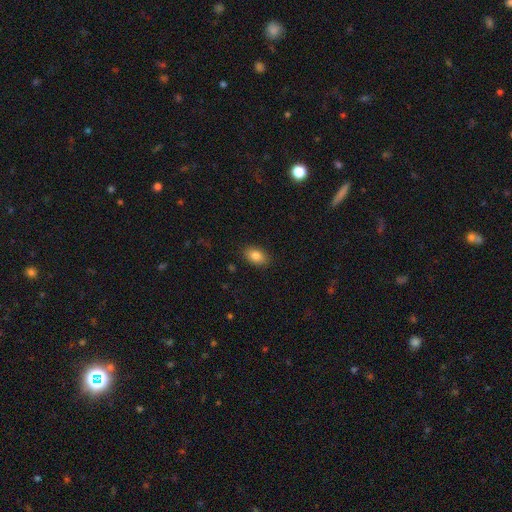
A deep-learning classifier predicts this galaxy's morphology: Smooth or featured: smooth — 85% (star or artifact — 8%)
How rounded: in between — 86% (round — 13%)
Merging: none — 88% (minor disturbance — 9%)